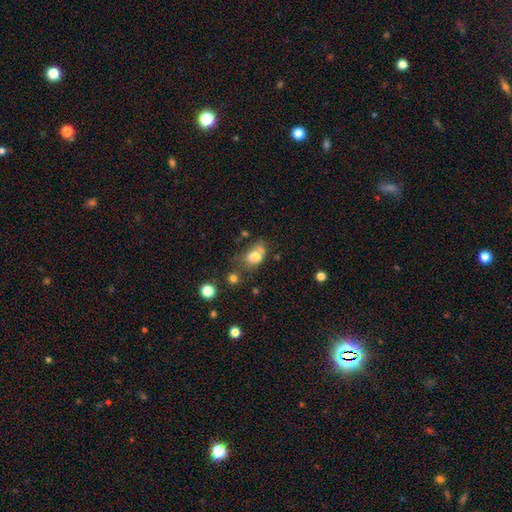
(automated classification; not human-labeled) Q: Smooth or featured?
A: smooth (70%); runner-up: featured or disk (19%)
Q: How rounded?
A: in between (77%); runner-up: round (22%)
Q: Merging?
A: none (30%); runner-up: minor disturbance (28%)